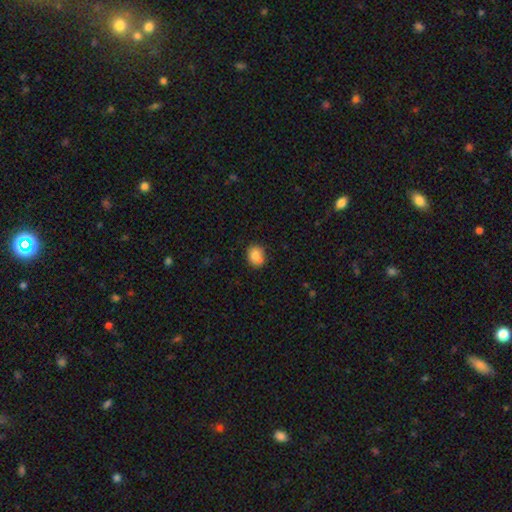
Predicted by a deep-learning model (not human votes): smooth-or-featured: smooth: 79% | featured or disk: 12% | star or artifact: 9%
  how-rounded: round: 60% | in between: 39% | cigar-shaped: 1%
  merging: none: 60% | minor disturbance: 20% | merger: 16% | major disturbance: 5%